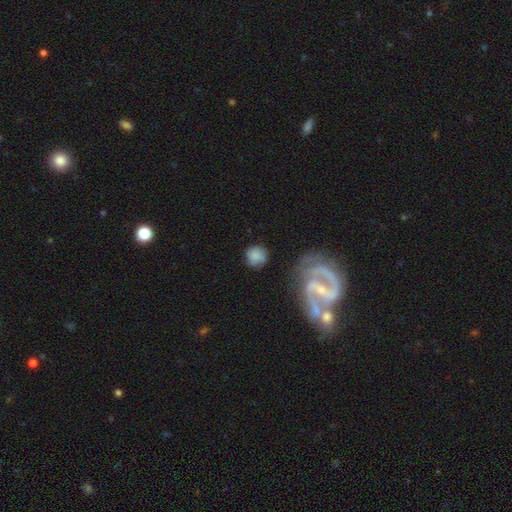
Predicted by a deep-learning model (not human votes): Morphology: type=smooth (71%); roundness=round (87%); merging=none (69%).